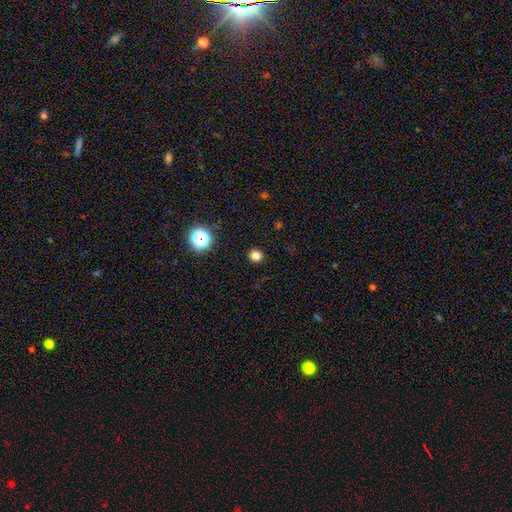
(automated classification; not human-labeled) Smooth or featured? Predicted: smooth (p=0.80). How rounded? Predicted: round (p=0.90). Merging? Predicted: none (p=0.91).